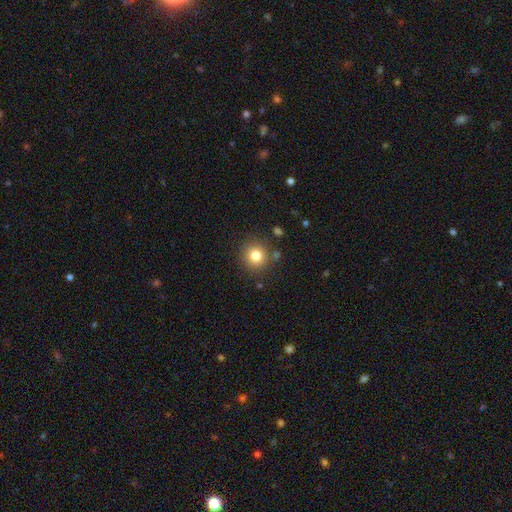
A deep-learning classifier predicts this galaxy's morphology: Smooth or featured? Predicted: smooth (p=0.80). How rounded? Predicted: round (p=0.93). Merging? Predicted: none (p=0.85).